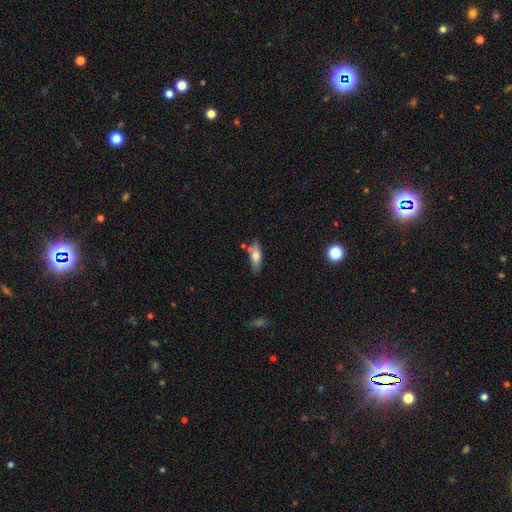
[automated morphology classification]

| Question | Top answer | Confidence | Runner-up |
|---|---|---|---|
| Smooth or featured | smooth | 65% | featured or disk (28%) |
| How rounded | in between | 53% | cigar-shaped (44%) |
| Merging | none | 71% | minor disturbance (15%) |